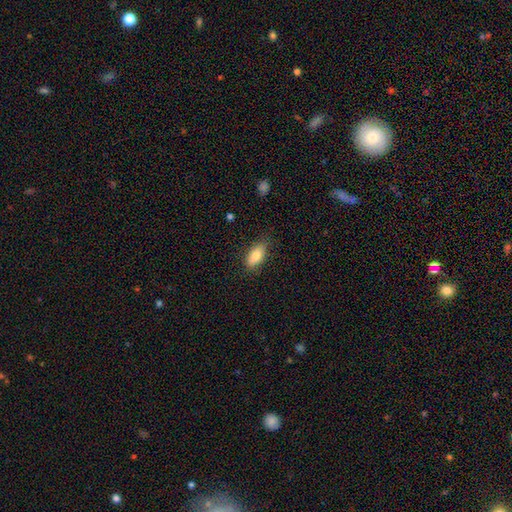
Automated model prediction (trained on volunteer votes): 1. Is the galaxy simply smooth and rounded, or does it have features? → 81% smooth, 12% featured or disk, 7% star or artifact.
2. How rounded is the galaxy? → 86% in between, 11% cigar-shaped, 3% round.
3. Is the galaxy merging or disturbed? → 80% none, 16% minor disturbance, 3% major disturbance, 1% merger.